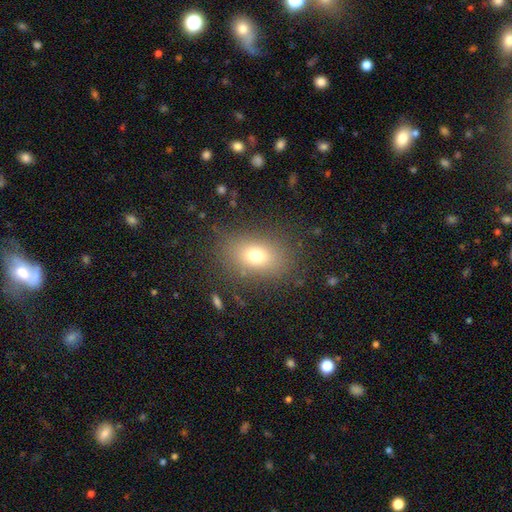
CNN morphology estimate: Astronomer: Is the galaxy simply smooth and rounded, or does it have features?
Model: smooth — 73%.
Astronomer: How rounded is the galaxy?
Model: in between — 75%.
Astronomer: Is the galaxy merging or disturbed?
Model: none — 82%.